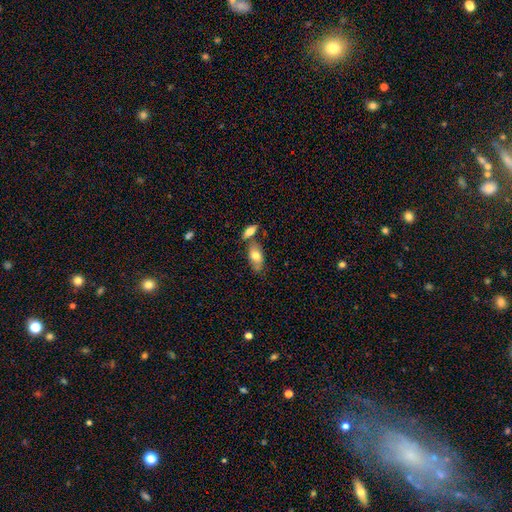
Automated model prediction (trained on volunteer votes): Morphology: type=smooth (73%); roundness=in between (90%); merging=none (55%).